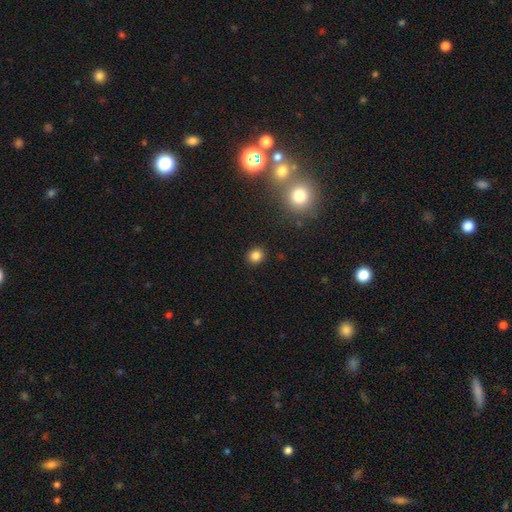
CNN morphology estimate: smooth_or_featured: smooth (p=0.83) [alt: star or artifact p=0.13]
how_rounded: round (p=0.81) [alt: in between p=0.18]
merging: none (p=0.90) [alt: minor disturbance p=0.06]